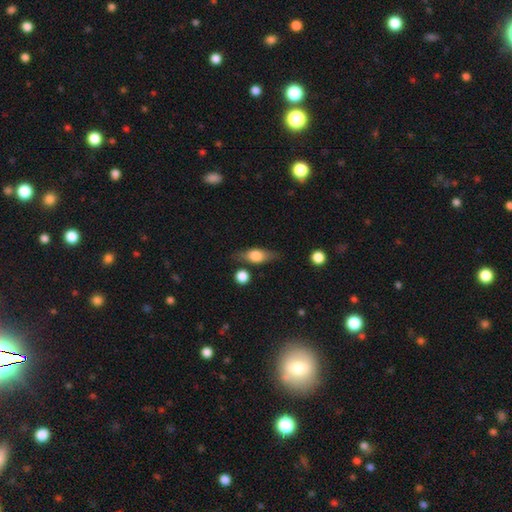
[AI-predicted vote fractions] smooth-or-featured: smooth: 56% | featured or disk: 37% | star or artifact: 7%
  how-rounded: in between: 62% | cigar-shaped: 28% | round: 10%
  merging: none: 70% | minor disturbance: 18% | major disturbance: 6% | merger: 6%